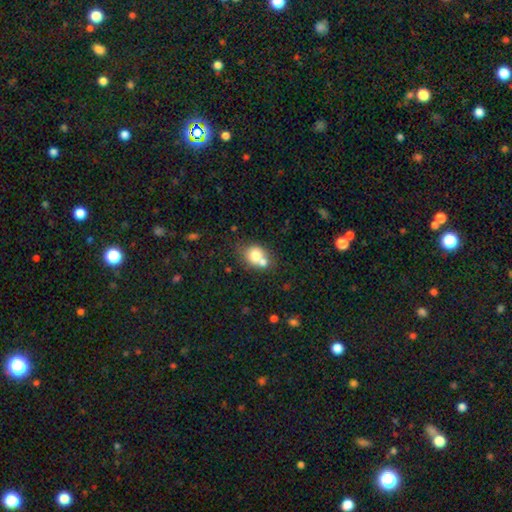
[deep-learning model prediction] Smooth or featured? Predicted: smooth (p=0.73). How rounded? Predicted: round (p=0.63). Merging? Predicted: merger (p=0.49).